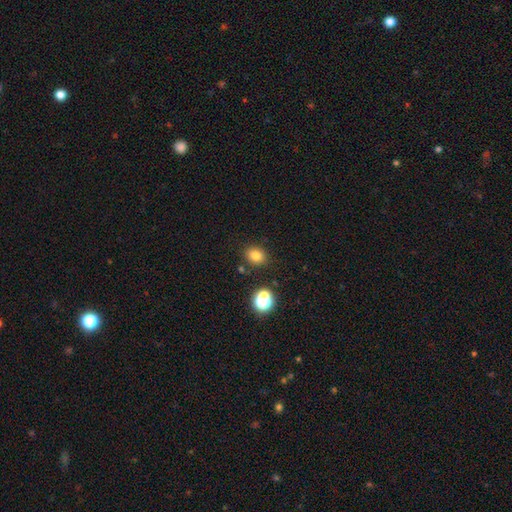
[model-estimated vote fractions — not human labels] Smooth or featured? Predicted: smooth (p=0.78). How rounded? Predicted: round (p=0.54). Merging? Predicted: none (p=0.83).